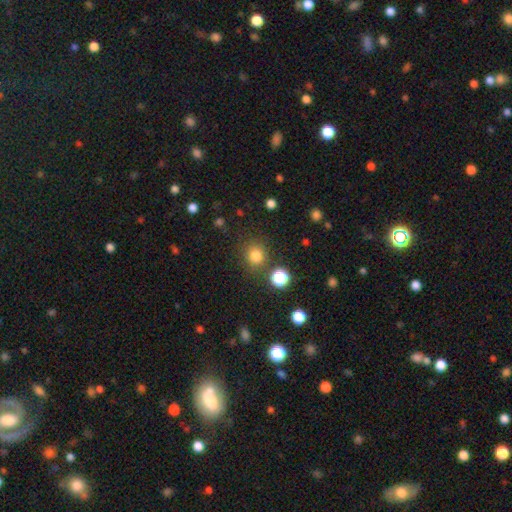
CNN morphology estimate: A smooth galaxy with no disk features (79%) that is round (87%).

Vote fractions:
- Smooth or featured? smooth: 79% / star or artifact: 16% / featured or disk: 5%
- How rounded? round: 87% / in between: 13% / cigar-shaped: 1%
- Merging? none: 82% / minor disturbance: 9% / merger: 5% / major disturbance: 4%